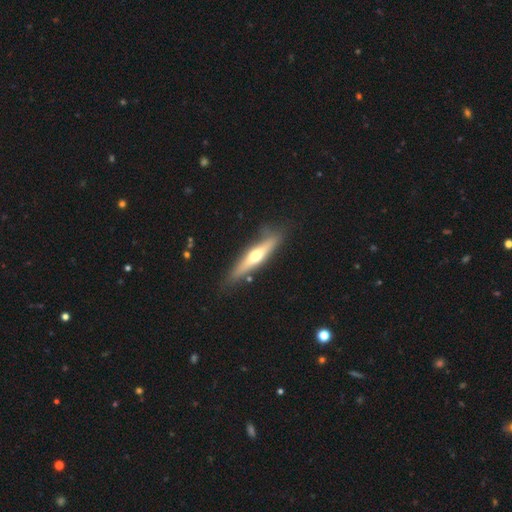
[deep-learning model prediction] The model was most divided on "smooth or featured": featured or disk: 54%, smooth: 40%, star or artifact: 5%. More confident: edge-on disk — yes (91%); merging — none (80%).